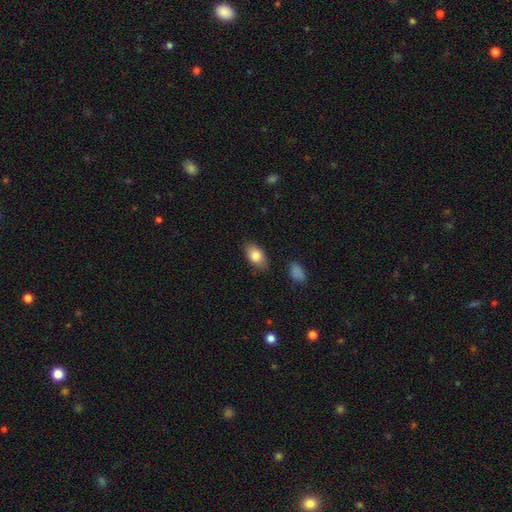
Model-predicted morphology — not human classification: A smooth galaxy with no disk features (81%) that is in between round and cigar-shaped (90%).

Vote fractions:
- Smooth or featured? smooth: 81% / featured or disk: 12% / star or artifact: 7%
- How rounded? in between: 90% / round: 7% / cigar-shaped: 3%
- Merging? none: 83% / minor disturbance: 12% / major disturbance: 3% / merger: 2%